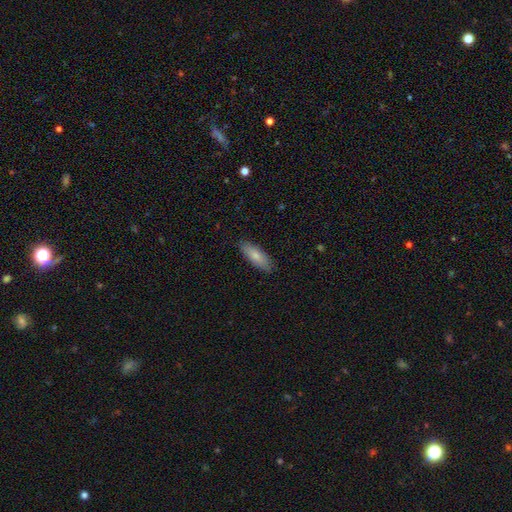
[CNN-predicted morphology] This is likely a smooth galaxy (80%). How rounded: likely in between (65%). Merging: clearly none (87%).